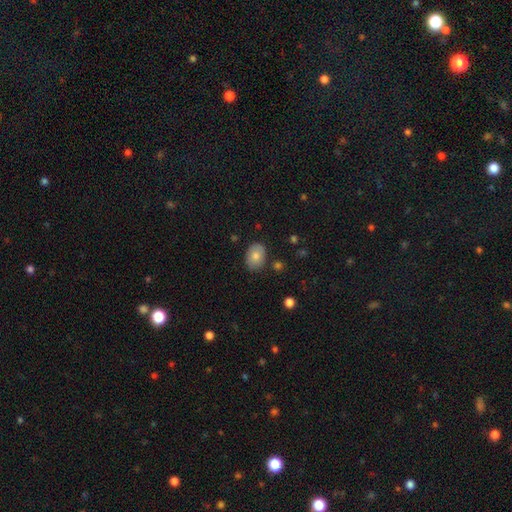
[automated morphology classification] A smooth galaxy with no disk features (80%) that is in between round and cigar-shaped (77%).

Vote fractions:
- Smooth or featured? smooth: 80% / featured or disk: 13% / star or artifact: 8%
- How rounded? in between: 77% / round: 22% / cigar-shaped: 1%
- Merging? none: 81% / minor disturbance: 14% / major disturbance: 3% / merger: 2%